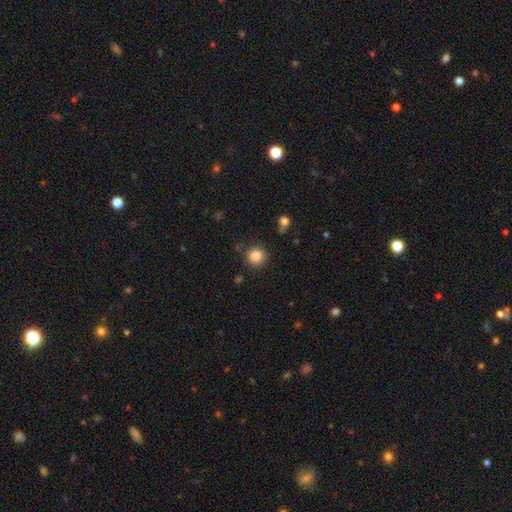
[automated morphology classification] Smooth or featured: smooth — 85% (star or artifact — 11%)
How rounded: round — 92% (in between — 7%)
Merging: none — 85% (minor disturbance — 9%)